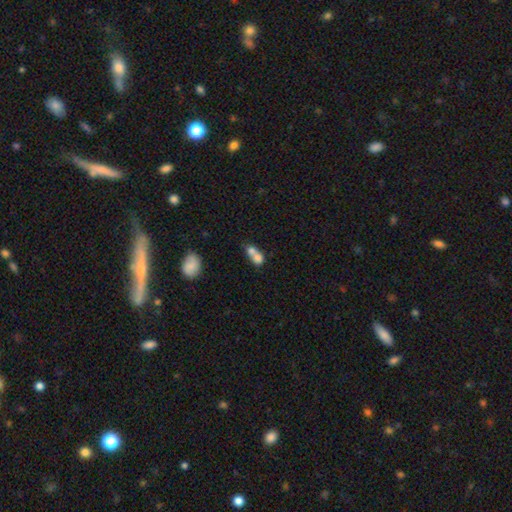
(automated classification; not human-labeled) Morphology: type=smooth (72%); roundness=in between (50%); merging=merger (72%).